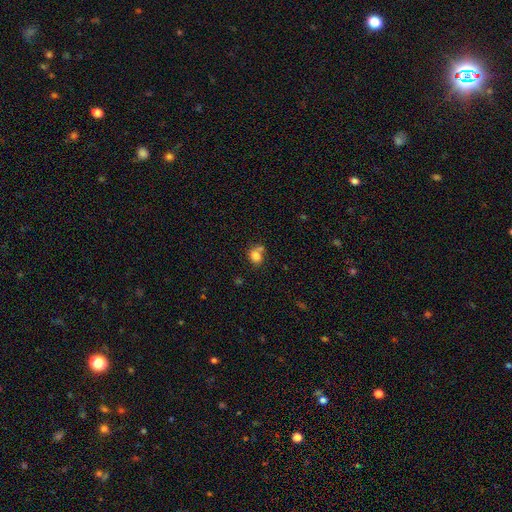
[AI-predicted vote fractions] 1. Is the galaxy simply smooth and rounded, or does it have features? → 80% smooth, 11% star or artifact, 10% featured or disk.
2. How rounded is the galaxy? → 53% round, 46% in between, 1% cigar-shaped.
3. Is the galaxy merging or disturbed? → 45% none, 34% merger, 15% minor disturbance, 6% major disturbance.